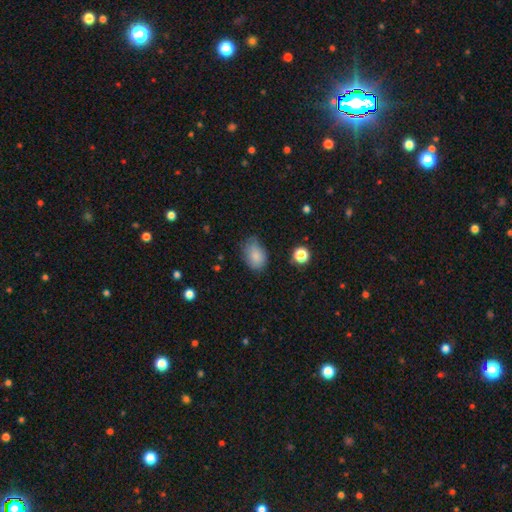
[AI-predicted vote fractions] Overall: smooth (83%). How rounded: in between (82%). Merging: none (64%; minor disturbance 28%).